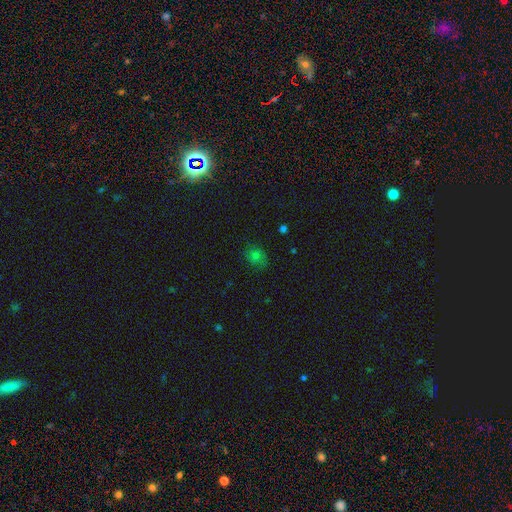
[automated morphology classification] smooth-or-featured: smooth: 56% | star or artifact: 28% | featured or disk: 17%
  how-rounded: round: 61% | in between: 38% | cigar-shaped: 1%
  merging: none: 74% | minor disturbance: 18% | major disturbance: 6% | merger: 1%